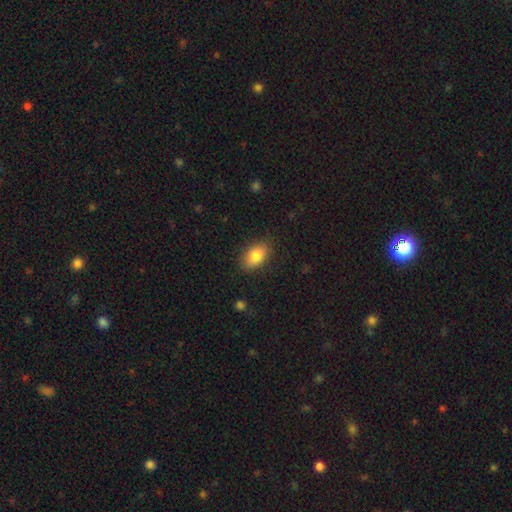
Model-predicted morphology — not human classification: This appears to be a smooth galaxy with no disk features (83%) that is in between round and cigar-shaped (89%). Merging: none (85%).